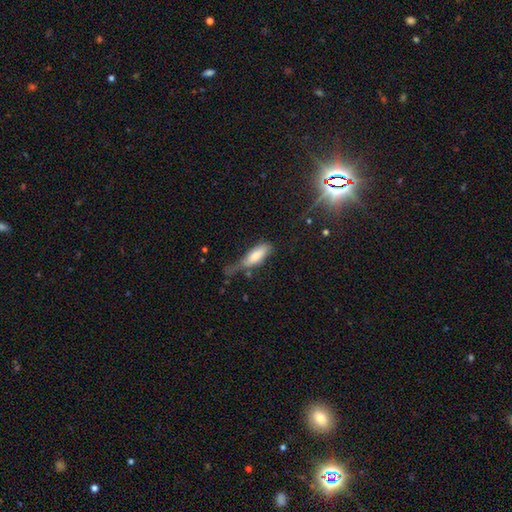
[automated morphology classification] Q: Smooth or featured?
A: smooth (75%); runner-up: featured or disk (18%)
Q: How rounded?
A: in between (58%); runner-up: cigar-shaped (40%)
Q: Merging?
A: minor disturbance (36%); runner-up: none (33%)